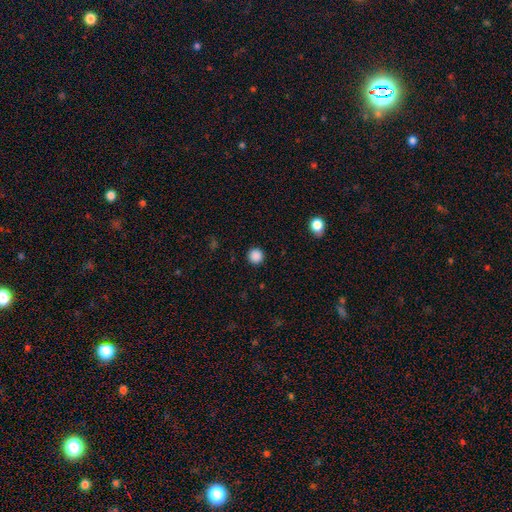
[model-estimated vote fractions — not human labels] This is clearly a smooth galaxy (87%). How rounded: clearly round (95%). Merging: clearly none (92%).